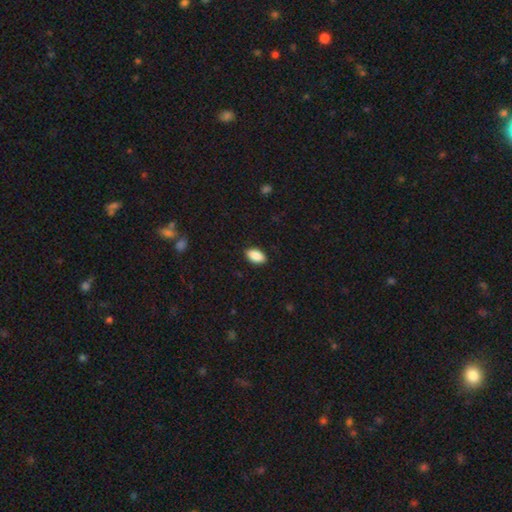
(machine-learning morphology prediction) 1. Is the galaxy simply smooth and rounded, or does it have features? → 89% smooth, 7% star or artifact, 4% featured or disk.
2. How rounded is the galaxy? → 93% in between, 4% round, 3% cigar-shaped.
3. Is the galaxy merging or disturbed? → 89% none, 8% minor disturbance, 2% major disturbance, 1% merger.